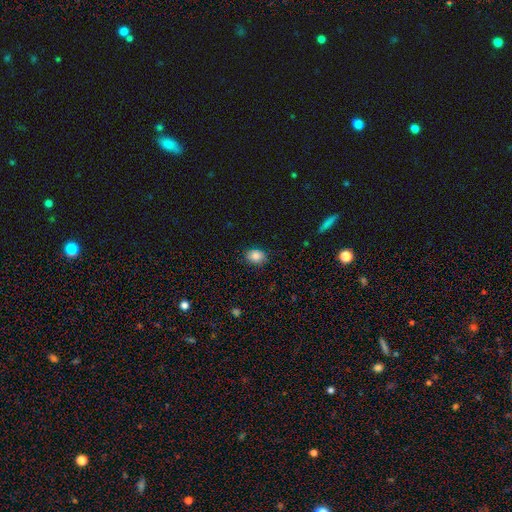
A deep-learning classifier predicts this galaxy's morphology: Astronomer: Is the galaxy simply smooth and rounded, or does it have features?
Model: smooth — 85%.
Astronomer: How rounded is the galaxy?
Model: in between — 66%.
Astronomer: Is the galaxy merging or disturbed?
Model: none — 85%.